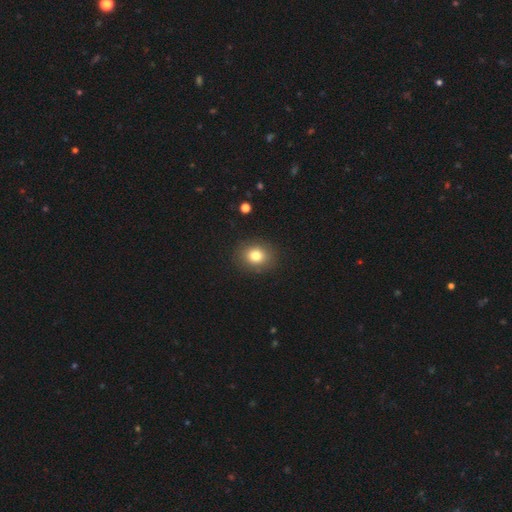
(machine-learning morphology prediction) A smooth galaxy with no disk features (79%) that is round (66%).

Vote fractions:
- Smooth or featured? smooth: 79% / star or artifact: 11% / featured or disk: 10%
- How rounded? round: 66% / in between: 33% / cigar-shaped: 1%
- Merging? none: 88% / minor disturbance: 8% / major disturbance: 3% / merger: 1%